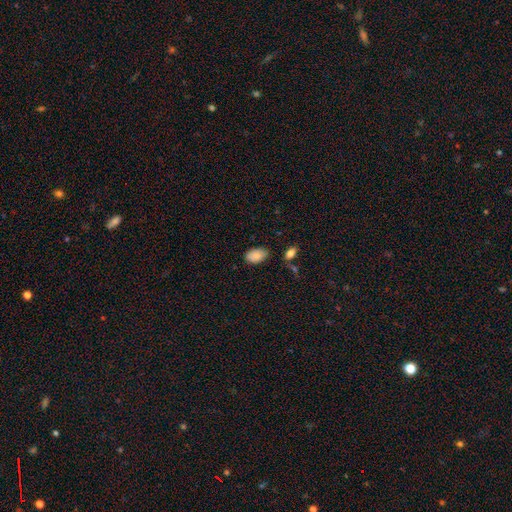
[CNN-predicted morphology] Q: Smooth or featured?
A: smooth (86%); runner-up: star or artifact (7%)
Q: How rounded?
A: in between (93%); runner-up: round (6%)
Q: Merging?
A: none (78%); runner-up: minor disturbance (16%)